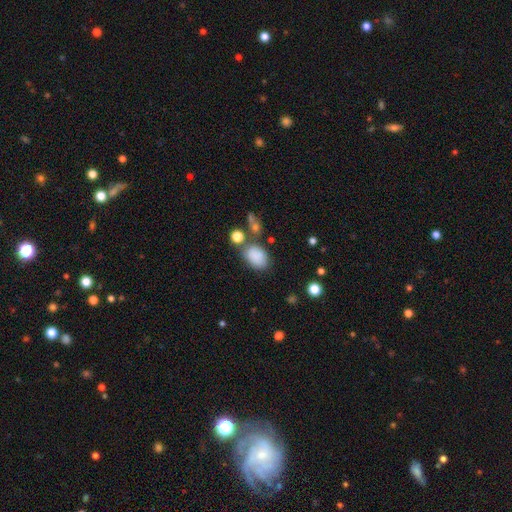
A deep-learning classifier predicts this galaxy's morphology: Smooth or featured: smooth — 83% (star or artifact — 9%)
How rounded: in between — 81% (round — 17%)
Merging: none — 58% (minor disturbance — 19%)